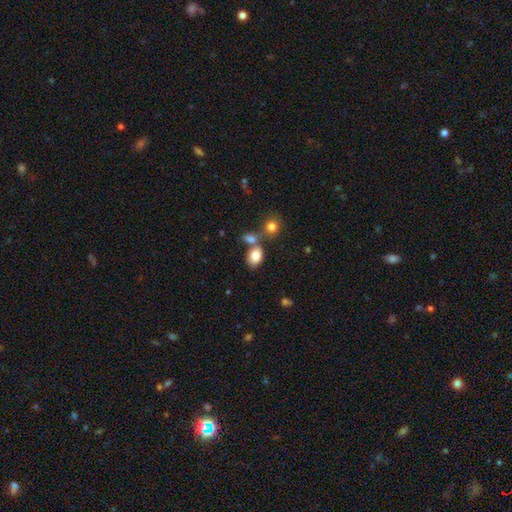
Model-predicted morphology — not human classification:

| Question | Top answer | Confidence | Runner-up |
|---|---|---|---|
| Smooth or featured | smooth | 82% | featured or disk (10%) |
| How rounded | in between | 84% | round (14%) |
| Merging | none | 54% | merger (30%) |